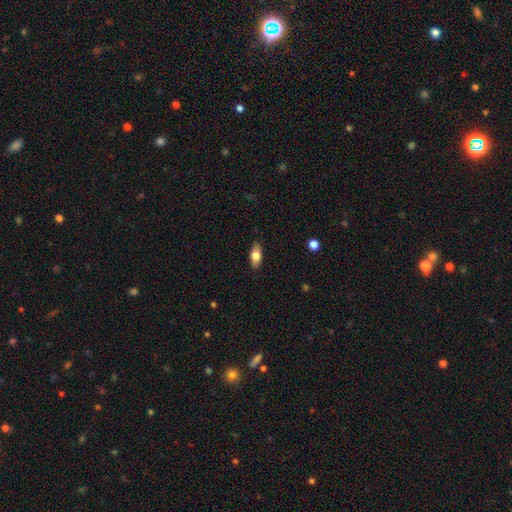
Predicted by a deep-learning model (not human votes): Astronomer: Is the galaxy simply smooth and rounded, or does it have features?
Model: smooth — 74%.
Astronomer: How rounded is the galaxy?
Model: in between — 83%.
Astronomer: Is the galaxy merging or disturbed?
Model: none — 87%.